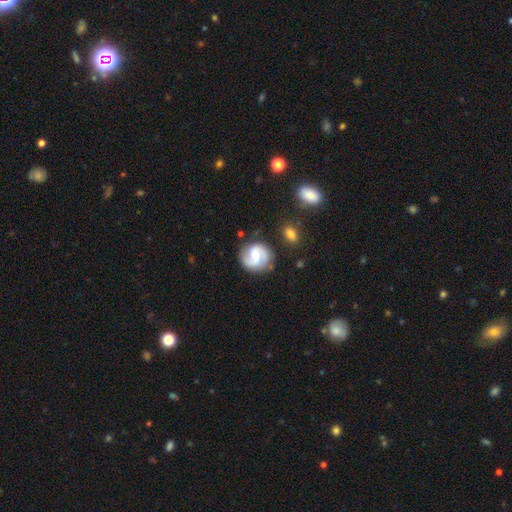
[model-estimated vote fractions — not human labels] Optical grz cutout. It shows a featured or disk galaxy (76%) with a weak bar (49%), 2 (87%) medium (49%) spiral arms (95%) and a moderate central bulge (45%). Merging: none (77%).